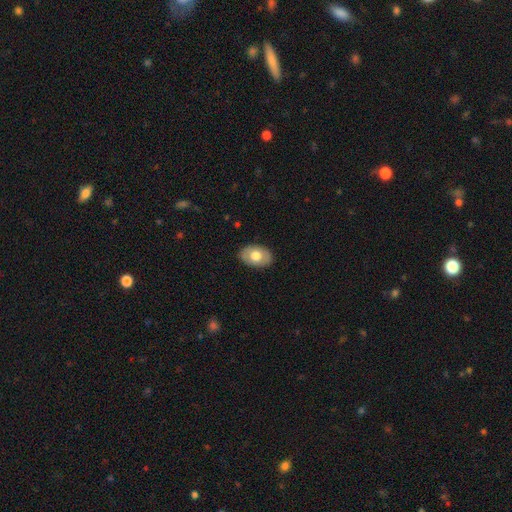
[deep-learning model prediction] Overall: smooth (64%; featured or disk 30%). How rounded: in between (84%). Merging: none (86%).